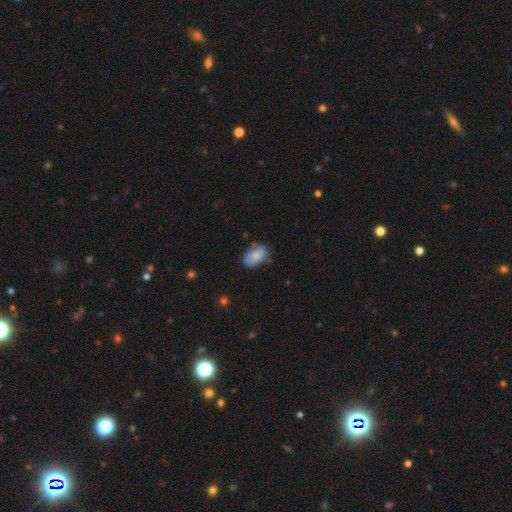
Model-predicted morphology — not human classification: type=smooth (80%); roundness=in between (87%); merging=none (64%).